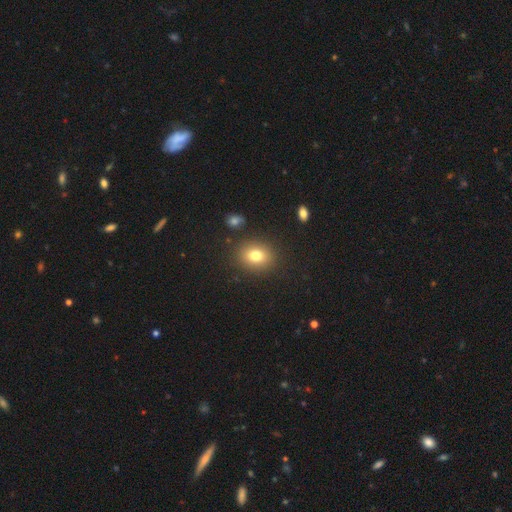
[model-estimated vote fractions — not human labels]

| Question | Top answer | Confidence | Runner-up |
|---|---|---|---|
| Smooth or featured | smooth | 78% | star or artifact (12%) |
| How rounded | round | 52% | in between (47%) |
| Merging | none | 86% | minor disturbance (8%) |